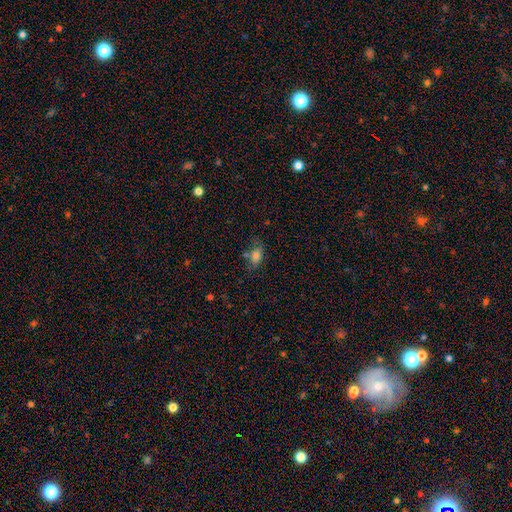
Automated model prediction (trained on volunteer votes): smooth 76%, star or artifact 12%, featured or disk 11%. Down the decision tree: how rounded — in between (82%); merging — none (58%).